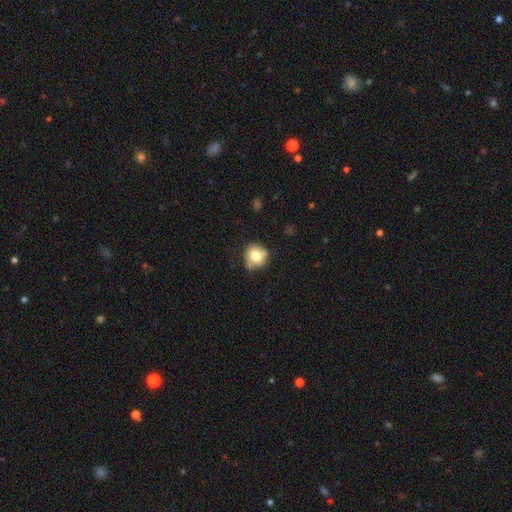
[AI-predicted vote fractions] Smooth or featured? smooth (77%)
How rounded? round (85%)
Merging? none (67%)